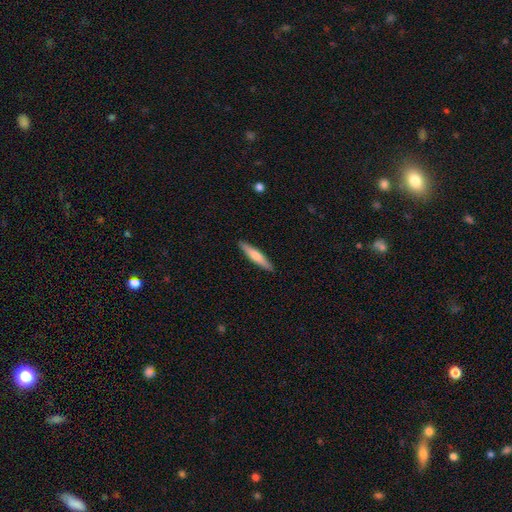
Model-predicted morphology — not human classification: Smooth or featured? Predicted: smooth (p=0.59). How rounded? Predicted: cigar-shaped (p=0.90). Merging? Predicted: none (p=0.91).